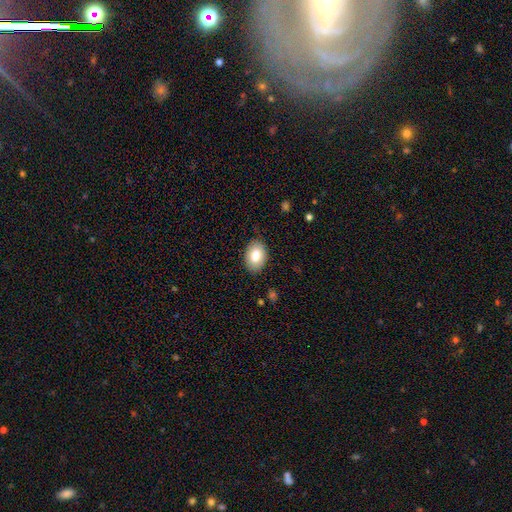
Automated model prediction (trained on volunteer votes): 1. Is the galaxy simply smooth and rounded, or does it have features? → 82% smooth, 11% featured or disk, 7% star or artifact.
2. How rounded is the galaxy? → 82% in between, 17% round, 1% cigar-shaped.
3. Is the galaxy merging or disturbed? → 86% none, 11% minor disturbance, 2% major disturbance, 1% merger.